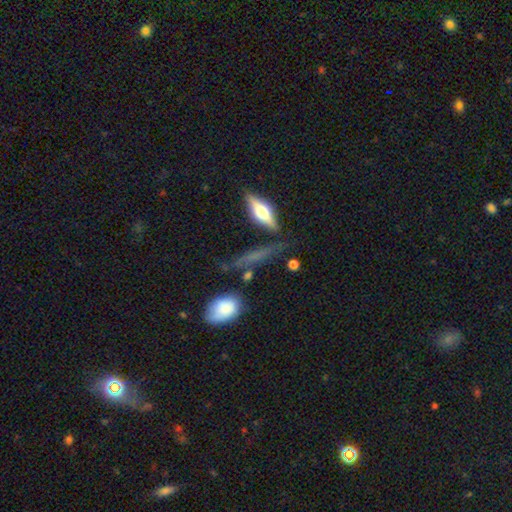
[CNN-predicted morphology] Smooth or featured? featured or disk (50%)
Edge-on disk? yes (89%)
Merging? none (69%)